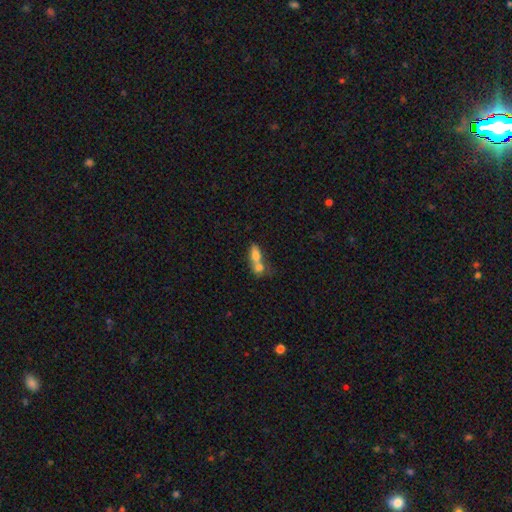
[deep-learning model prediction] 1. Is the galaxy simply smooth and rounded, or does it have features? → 68% smooth, 23% featured or disk, 9% star or artifact.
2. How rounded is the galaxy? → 66% in between, 21% cigar-shaped, 14% round.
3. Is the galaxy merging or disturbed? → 70% merger, 18% none, 7% minor disturbance, 5% major disturbance.